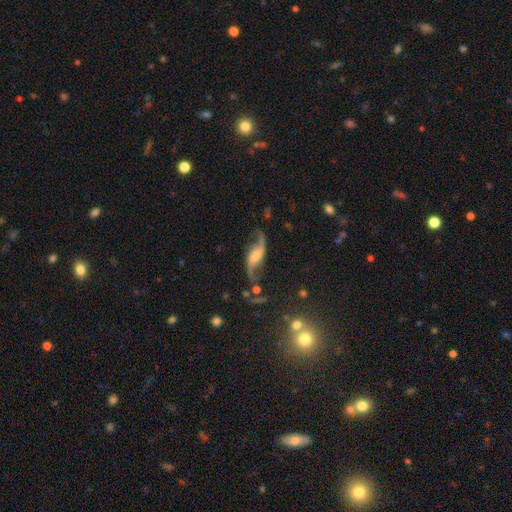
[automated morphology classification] This appears to be a featured or disk galaxy (85%) with a weak bar (42%), 2 (93%) loose (89%) spiral arms (96%) and a moderate central bulge (31%). Merging: none (72%).